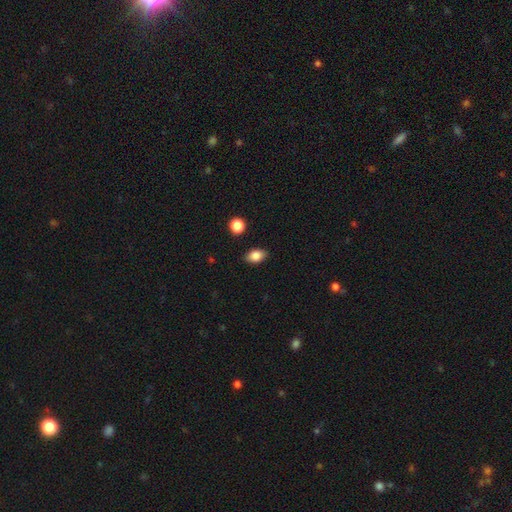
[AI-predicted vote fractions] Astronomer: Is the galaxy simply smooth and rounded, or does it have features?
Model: smooth — 85%.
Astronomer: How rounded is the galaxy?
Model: in between — 85%.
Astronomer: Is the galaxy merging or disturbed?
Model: none — 86%.